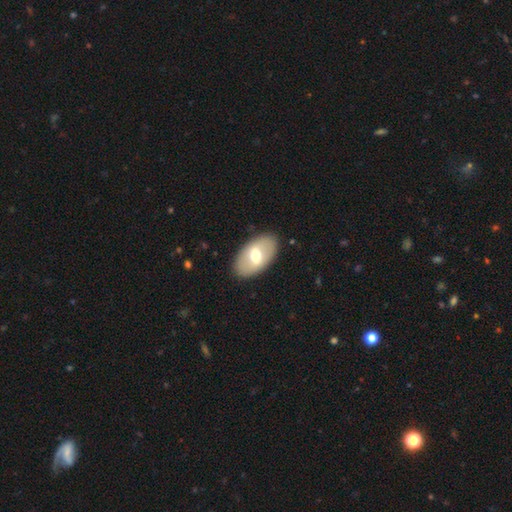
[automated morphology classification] A smooth galaxy with no disk features (55%) that is in between round and cigar-shaped (93%).

Vote fractions:
- Smooth or featured? smooth: 55% / featured or disk: 40% / star or artifact: 6%
- How rounded? in between: 93% / round: 6% / cigar-shaped: 2%
- Merging? none: 87% / minor disturbance: 9% / major disturbance: 3% / merger: 1%